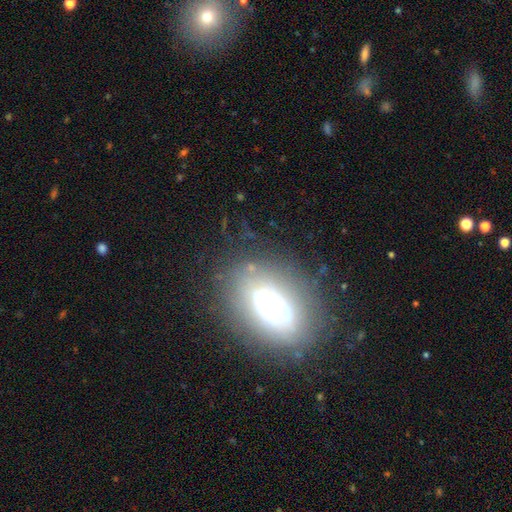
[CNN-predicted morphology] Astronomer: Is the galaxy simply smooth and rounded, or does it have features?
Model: smooth — 48% (runner-up: featured or disk, 36%).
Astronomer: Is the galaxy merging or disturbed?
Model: none — 78%.